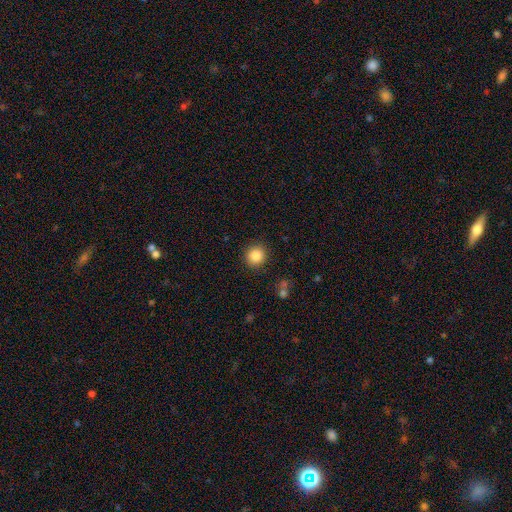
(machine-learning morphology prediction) Smooth or featured?
  - smooth: 86% *
  - star or artifact: 10%
  - featured or disk: 4%
How rounded?
  - round: 92% *
  - in between: 7%
  - cigar-shaped: 1%
Merging?
  - none: 90% *
  - minor disturbance: 6%
  - major disturbance: 2%
  - merger: 1%